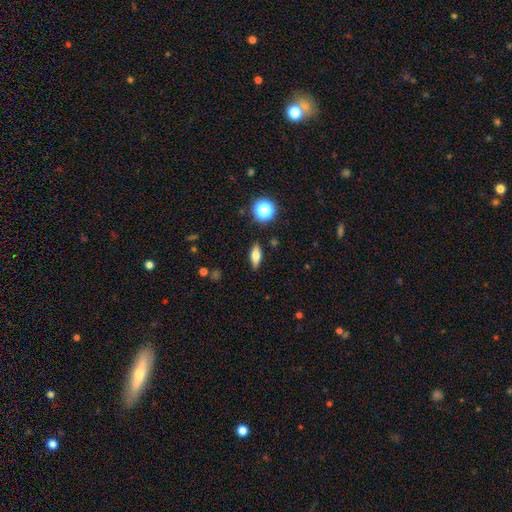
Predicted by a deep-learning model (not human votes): A smooth galaxy with no disk features (63%) that is in between round and cigar-shaped (63%). Merging: none (88%).